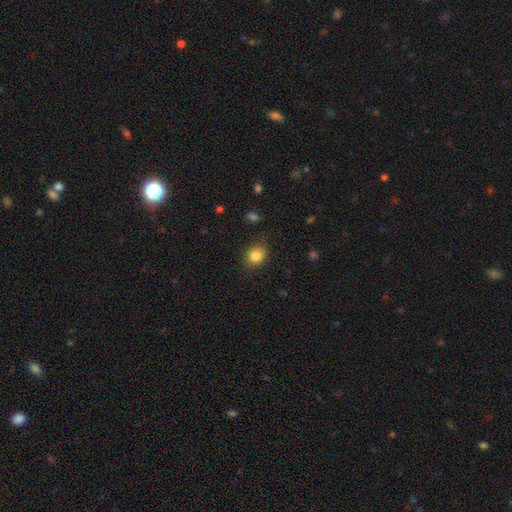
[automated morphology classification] smooth-or-featured: smooth: 84% | star or artifact: 10% | featured or disk: 6%
  how-rounded: round: 59% | in between: 40% | cigar-shaped: 1%
  merging: none: 81% | minor disturbance: 14% | major disturbance: 4% | merger: 1%